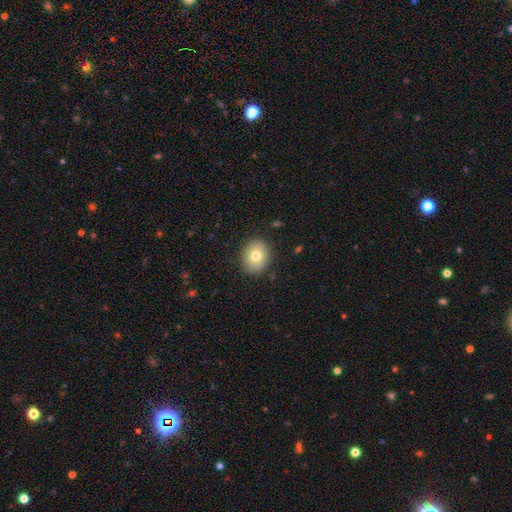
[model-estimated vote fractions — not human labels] smooth 74%, featured or disk 17%, star or artifact 9%. Down the decision tree: how rounded — round (55%); merging — none (86%).